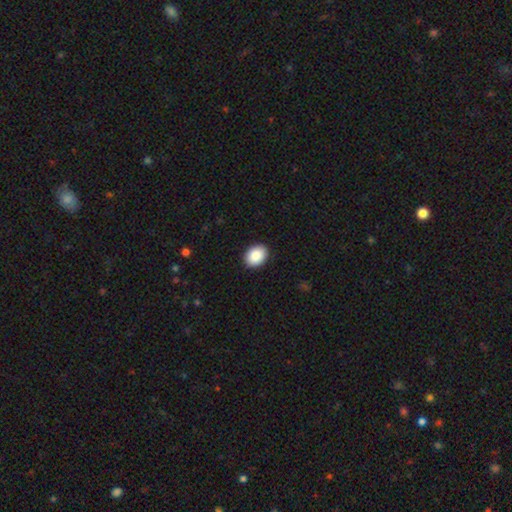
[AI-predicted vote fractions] A smooth galaxy with no disk features (89%) that is in between round and cigar-shaped (67%).

Vote fractions:
- Smooth or featured? smooth: 89% / star or artifact: 7% / featured or disk: 4%
- How rounded? in between: 67% / round: 32% / cigar-shaped: 1%
- Merging? none: 90% / minor disturbance: 7% / major disturbance: 2% / merger: 1%